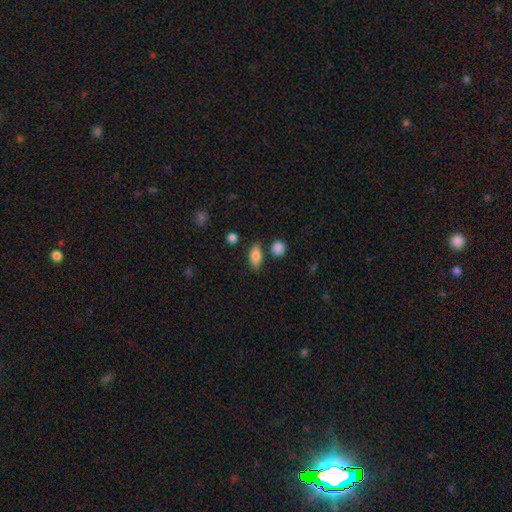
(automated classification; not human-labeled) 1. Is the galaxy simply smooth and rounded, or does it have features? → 78% smooth, 14% featured or disk, 8% star or artifact.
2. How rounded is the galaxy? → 80% in between, 12% cigar-shaped, 8% round.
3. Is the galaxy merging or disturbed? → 79% none, 13% minor disturbance, 5% merger, 3% major disturbance.